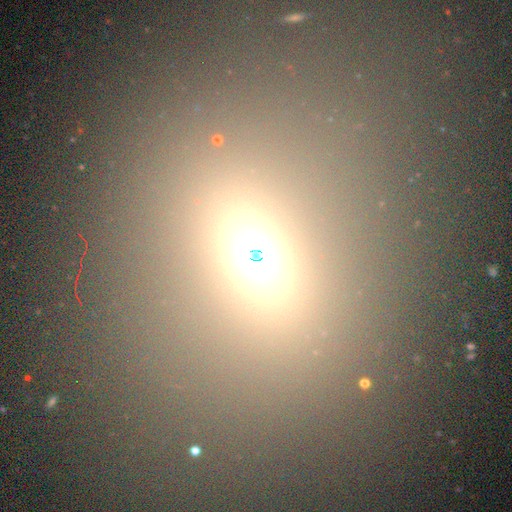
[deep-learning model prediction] A smooth galaxy with no disk features (57%) that is in between round and cigar-shaped (49%). Merging: none (77%).